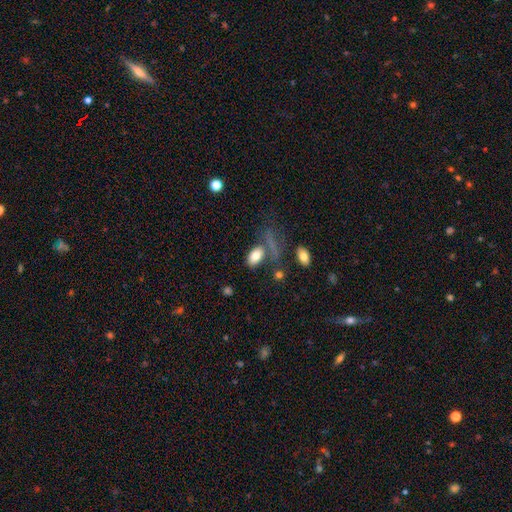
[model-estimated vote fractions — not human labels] Overall: smooth (81%). How rounded: in between (92%). Merging: none (56%).